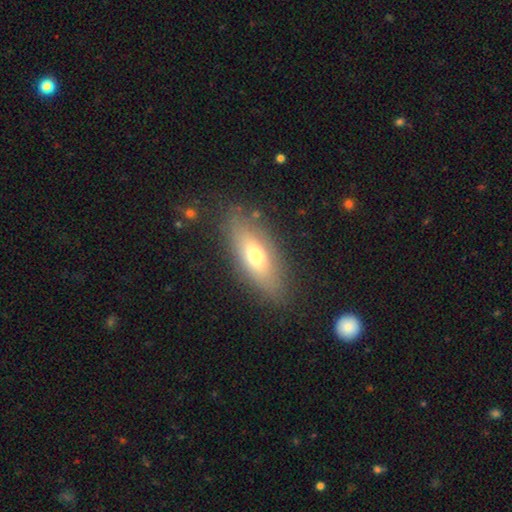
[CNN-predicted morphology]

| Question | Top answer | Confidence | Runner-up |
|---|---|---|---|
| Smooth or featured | smooth | 62% | featured or disk (30%) |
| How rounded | in between | 70% | cigar-shaped (26%) |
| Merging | none | 82% | minor disturbance (12%) |